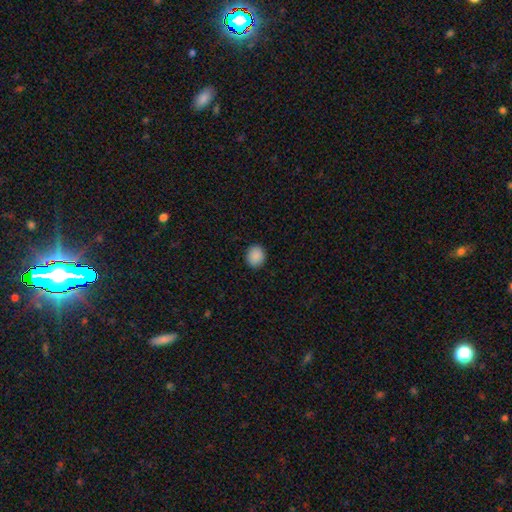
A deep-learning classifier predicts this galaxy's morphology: This is clearly a smooth galaxy (89%). How rounded: likely round (76%). Merging: clearly none (90%).